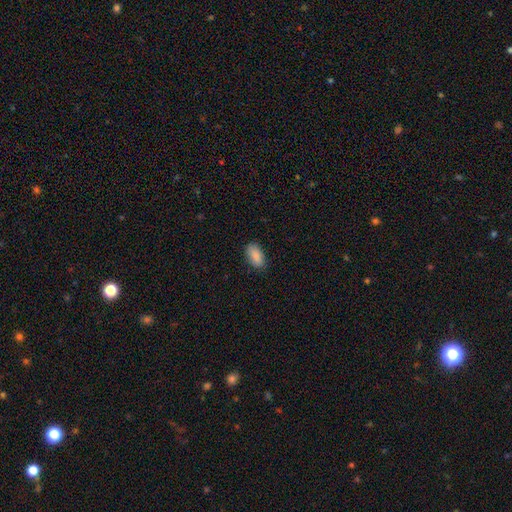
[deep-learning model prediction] smooth_or_featured: smooth (p=0.89) [alt: star or artifact p=0.07]
how_rounded: in between (p=0.93) [alt: cigar-shaped p=0.04]
merging: none (p=0.84) [alt: minor disturbance p=0.13]